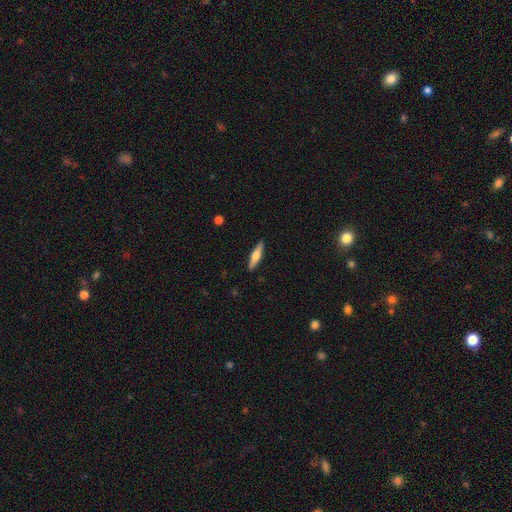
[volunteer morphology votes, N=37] Smooth or featured?
  - smooth: 59% *
  - featured or disk: 38%
  - star or artifact: 3%
How rounded?
  - cigar-shaped: 73% *
  - in between: 23%
  - round: 5%
Merging?
  - none: 81% *
  - minor disturbance: 17%
  - major disturbance: 3%
  - merger: 0%